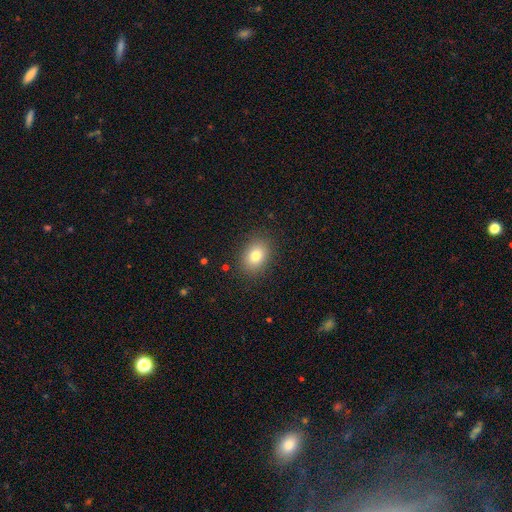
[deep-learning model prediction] Smooth or featured?
  - smooth: 81% *
  - star or artifact: 10%
  - featured or disk: 9%
How rounded?
  - in between: 65% *
  - round: 34%
  - cigar-shaped: 1%
Merging?
  - none: 87% *
  - minor disturbance: 9%
  - major disturbance: 3%
  - merger: 1%